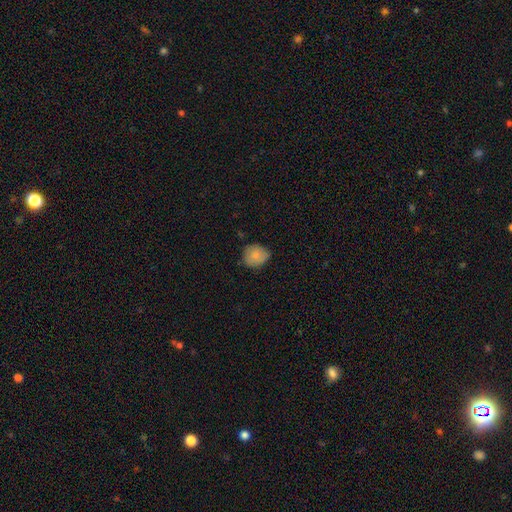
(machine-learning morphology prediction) This is likely a smooth galaxy (80%). How rounded: likely round (73%). Merging: likely none (66%).